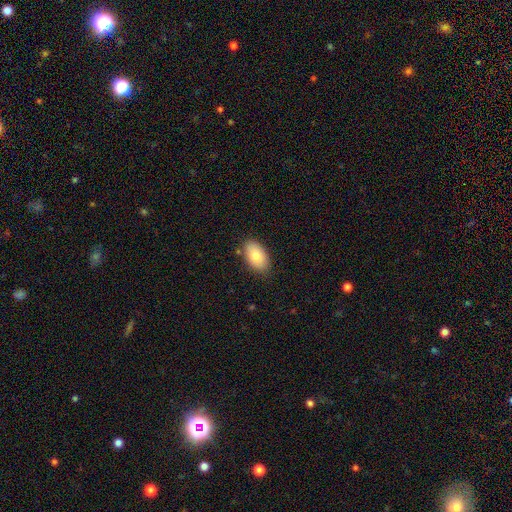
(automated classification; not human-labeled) This appears to be a smooth galaxy with no disk features (78%) that is in between round and cigar-shaped (93%). Merging: none (83%).